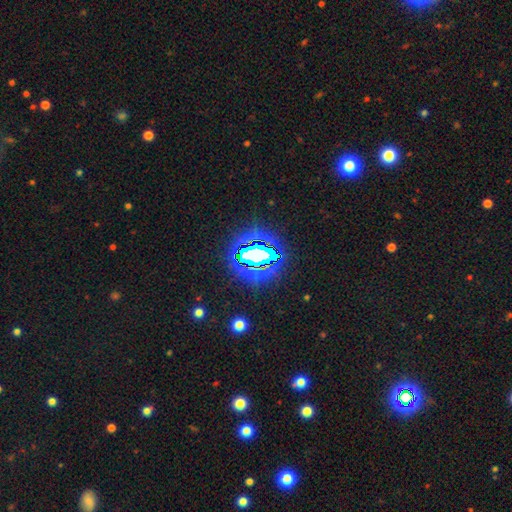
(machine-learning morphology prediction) Smooth or featured? star or artifact (73%)